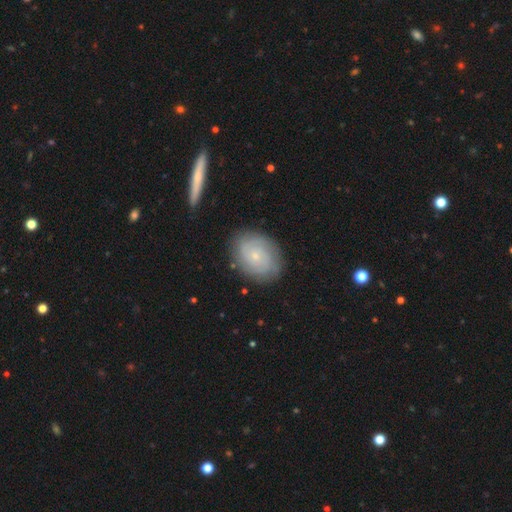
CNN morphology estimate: Smooth or featured?
  - featured or disk: 60% *
  - smooth: 33%
  - star or artifact: 8%
Edge-on disk?
  - no: 96% *
  - yes: 4%
Bar?
  - no: 80% *
  - weak: 17%
  - strong: 3%
Spiral arms?
  - yes: 85% *
  - no: 15%
Bulge size?
  - small: 82% *
  - moderate: 13%
  - none: 2%
  - large: 1%
  - dominant: 1%
Merging?
  - none: 82% *
  - minor disturbance: 13%
  - major disturbance: 4%
  - merger: 2%